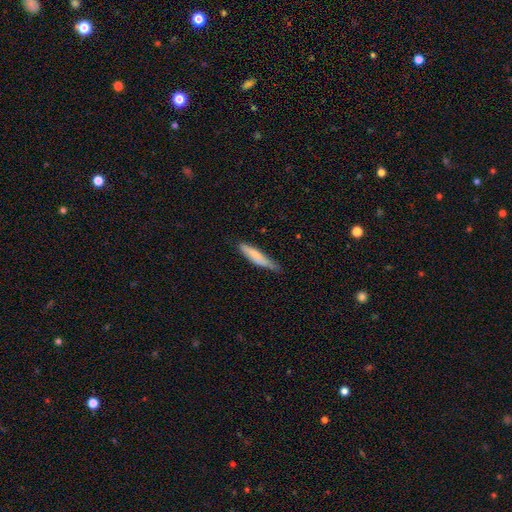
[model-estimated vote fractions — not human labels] The model was most divided on "merging": none: 57%, minor disturbance: 35%, major disturbance: 6%, merger: 2%. More confident: how rounded — cigar-shaped (85%); smooth or featured — smooth (74%).